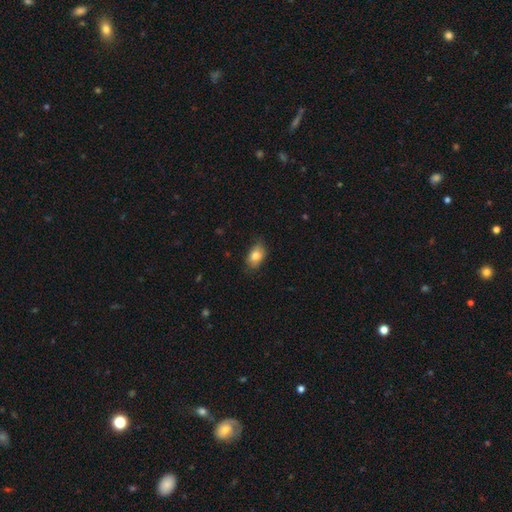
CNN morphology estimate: smooth 81%, featured or disk 11%, star or artifact 8%. Down the decision tree: how rounded — in between (85%); merging — none (76%).